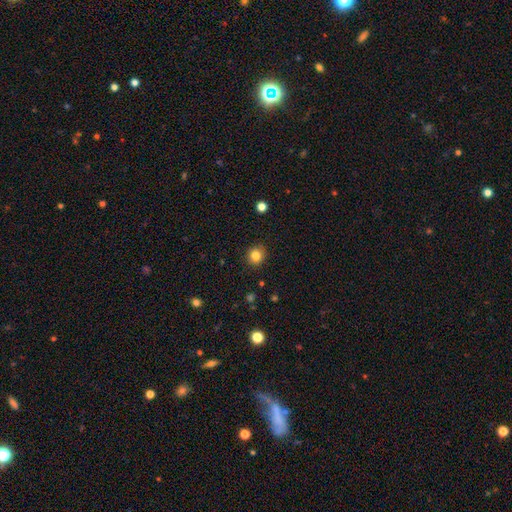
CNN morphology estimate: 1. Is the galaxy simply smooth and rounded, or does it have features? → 84% smooth, 11% star or artifact, 5% featured or disk.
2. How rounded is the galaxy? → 87% round, 13% in between, 1% cigar-shaped.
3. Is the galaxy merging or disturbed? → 89% none, 8% minor disturbance, 2% major disturbance, 1% merger.